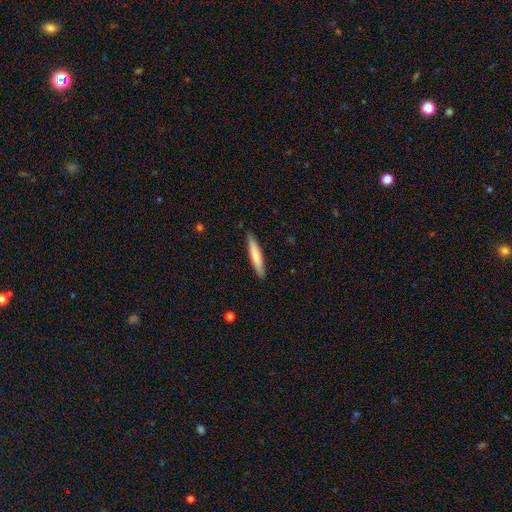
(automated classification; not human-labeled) Smooth or featured? smooth (70%)
How rounded? cigar-shaped (91%)
Merging? none (88%)